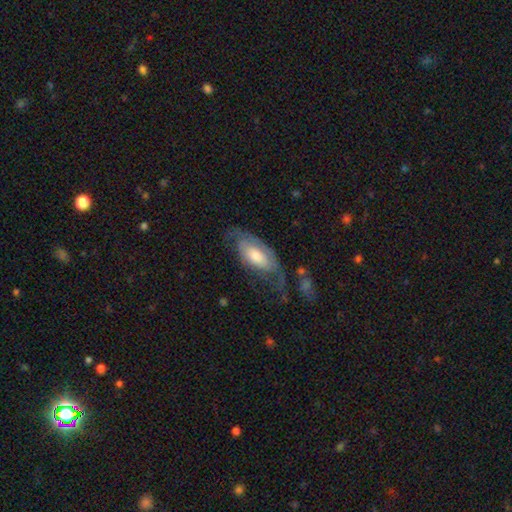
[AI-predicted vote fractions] Smooth or featured: featured or disk — 61% (smooth — 33%)
Edge-on disk: no — 90% (yes — 10%)
Bar: no — 67% (weak — 25%)
Spiral arms: yes — 81% (no — 19%)
Bulge size: moderate — 50% (large — 22%)
Merging: none — 44% (major disturbance — 31%)